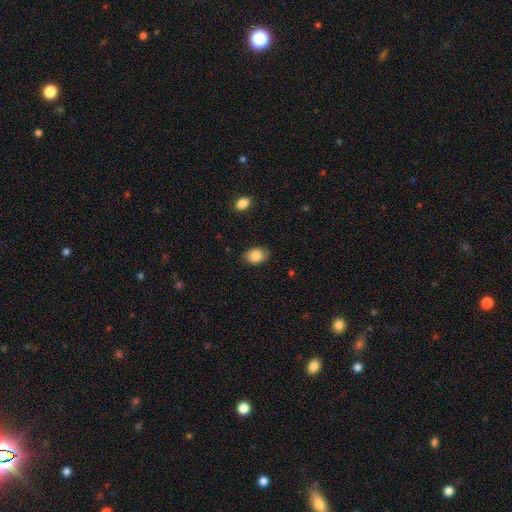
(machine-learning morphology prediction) type=smooth (86%); roundness=in between (69%); merging=none (82%).